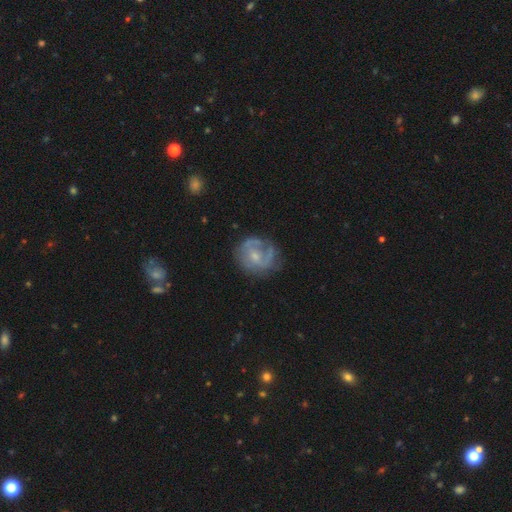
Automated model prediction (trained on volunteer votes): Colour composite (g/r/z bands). It shows a featured or disk galaxy (64%) with no bar (61%), spiral arms (71%) and a small central bulge (55%). Merging: none (57%).